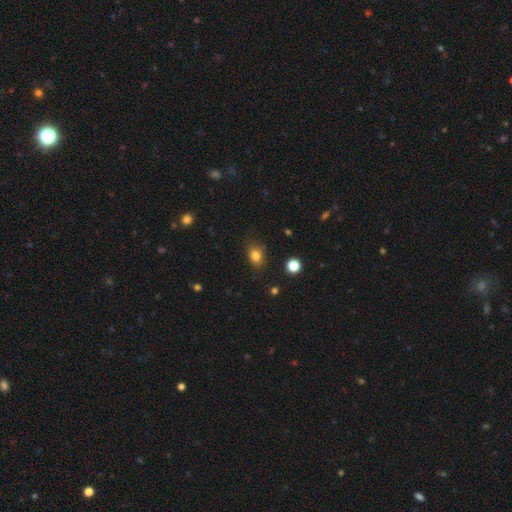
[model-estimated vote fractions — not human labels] Smooth or featured?
  - smooth: 82% *
  - star or artifact: 12%
  - featured or disk: 7%
How rounded?
  - in between: 66% *
  - round: 33%
  - cigar-shaped: 2%
Merging?
  - none: 76% *
  - minor disturbance: 18%
  - major disturbance: 4%
  - merger: 2%